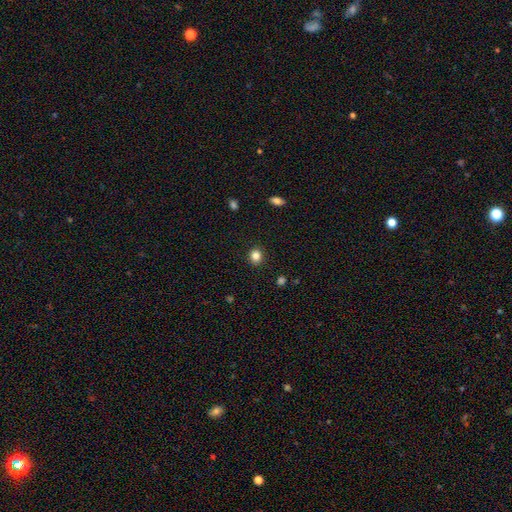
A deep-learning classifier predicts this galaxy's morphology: Smooth or featured: smooth — 84% (star or artifact — 11%)
How rounded: round — 80% (in between — 19%)
Merging: none — 91% (minor disturbance — 6%)